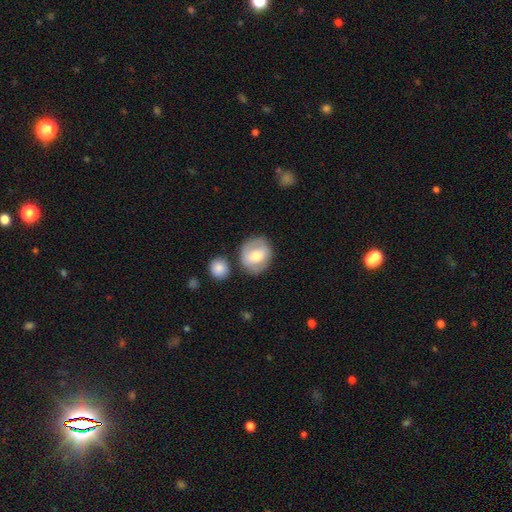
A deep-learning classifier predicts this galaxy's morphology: A smooth galaxy with no disk features (55%) that is round (72%). Merging: none (71%).